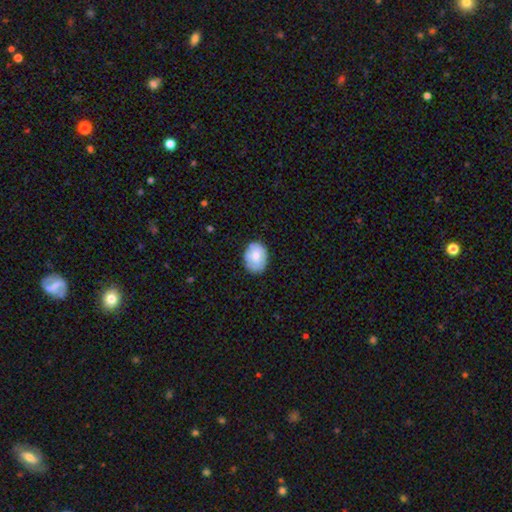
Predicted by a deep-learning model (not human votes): Overall: smooth (73%). How rounded: in between (66%; round 33%). Merging: none (75%).